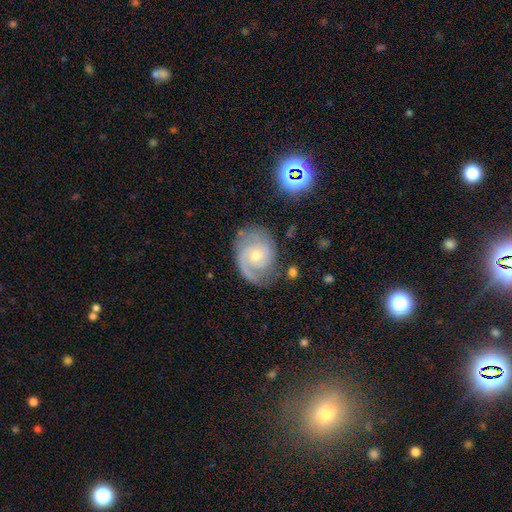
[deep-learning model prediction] Smooth or featured? Predicted: featured or disk (p=0.81). Edge-on disk? Predicted: no (p=0.97). Bar? Predicted: no (p=0.69). Spiral arms? Predicted: yes (p=0.95). Spiral winding? Predicted: tight (p=0.52). Spiral arm count? Predicted: 2 (p=0.51). Bulge size? Predicted: moderate (p=0.49). Merging? Predicted: none (p=0.68).